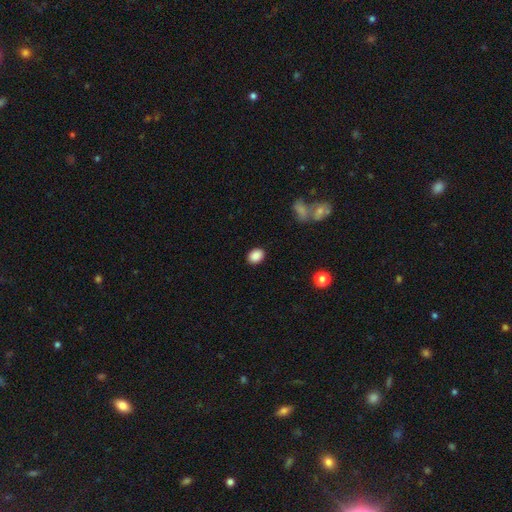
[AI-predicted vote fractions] Q: Smooth or featured?
A: smooth (88%); runner-up: star or artifact (9%)
Q: How rounded?
A: in between (60%); runner-up: round (39%)
Q: Merging?
A: none (89%); runner-up: minor disturbance (8%)